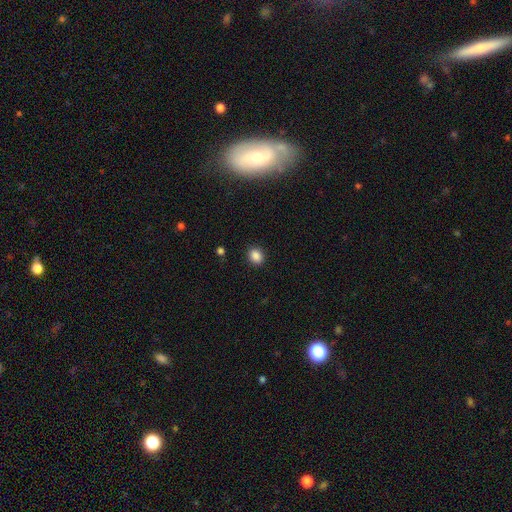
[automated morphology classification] This is clearly a smooth galaxy (86%). How rounded: possibly round (57%). Merging: clearly none (89%).